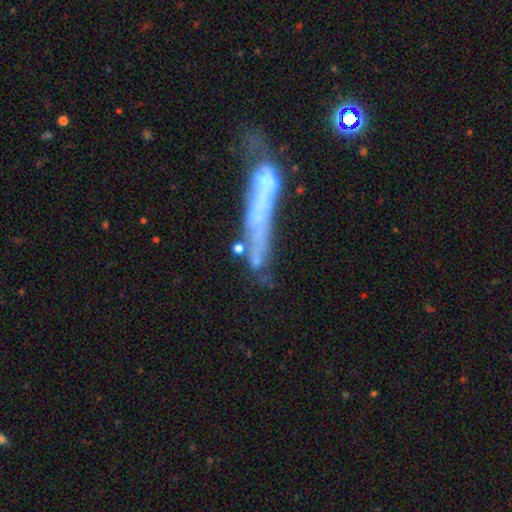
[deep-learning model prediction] A smooth galaxy with no disk features (49%). Merging: none (54%).